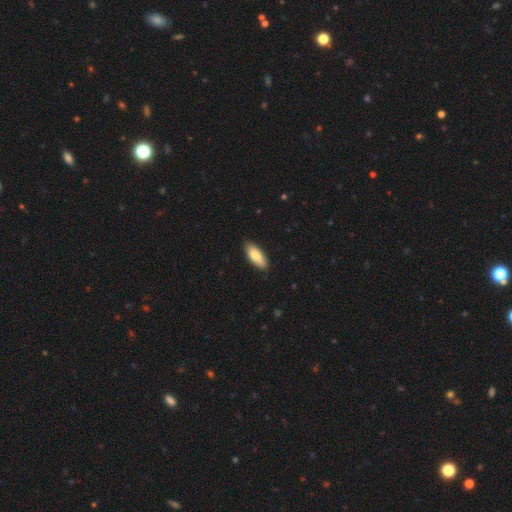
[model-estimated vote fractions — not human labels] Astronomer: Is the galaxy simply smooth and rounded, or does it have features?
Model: smooth — 85%.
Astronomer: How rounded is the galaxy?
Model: in between — 78%.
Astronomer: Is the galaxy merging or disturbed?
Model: none — 85%.